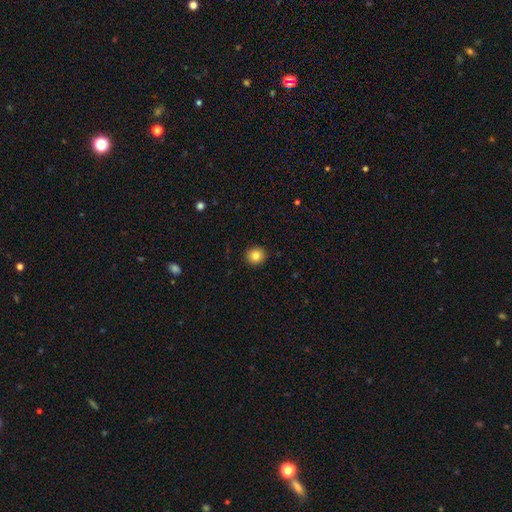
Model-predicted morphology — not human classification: smooth-or-featured: smooth: 83% | star or artifact: 10% | featured or disk: 7%
  how-rounded: round: 89% | in between: 10% | cigar-shaped: 1%
  merging: none: 93% | minor disturbance: 5% | major disturbance: 1% | merger: 1%